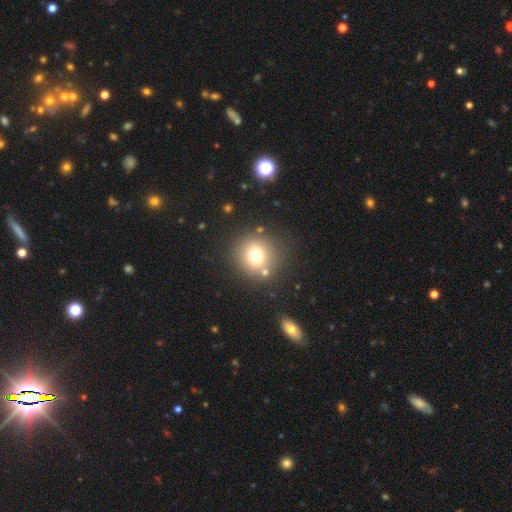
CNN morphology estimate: smooth-or-featured: smooth: 72% | star or artifact: 16% | featured or disk: 12%
  how-rounded: round: 91% | in between: 8% | cigar-shaped: 1%
  merging: none: 80% | minor disturbance: 9% | merger: 7% | major disturbance: 4%